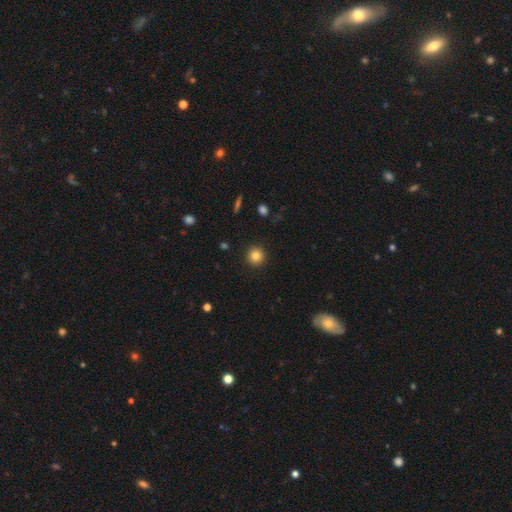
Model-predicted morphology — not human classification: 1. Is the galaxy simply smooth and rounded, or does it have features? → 83% smooth, 11% star or artifact, 6% featured or disk.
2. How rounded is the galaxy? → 94% round, 5% in between, 1% cigar-shaped.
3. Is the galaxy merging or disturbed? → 92% none, 5% minor disturbance, 2% major disturbance, 1% merger.